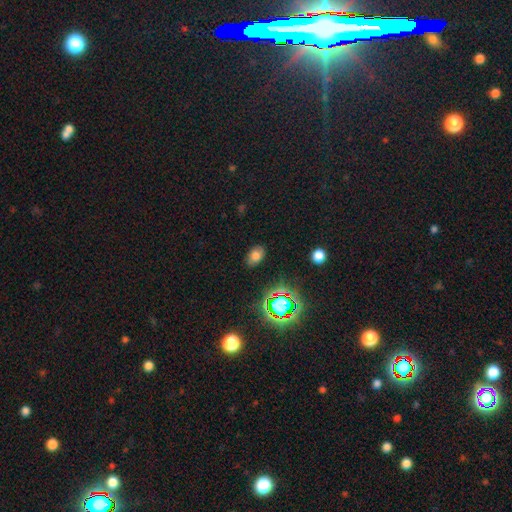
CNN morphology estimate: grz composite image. It shows a smooth galaxy with no disk features (68%) that is in between round and cigar-shaped (85%). Merging: none (82%).